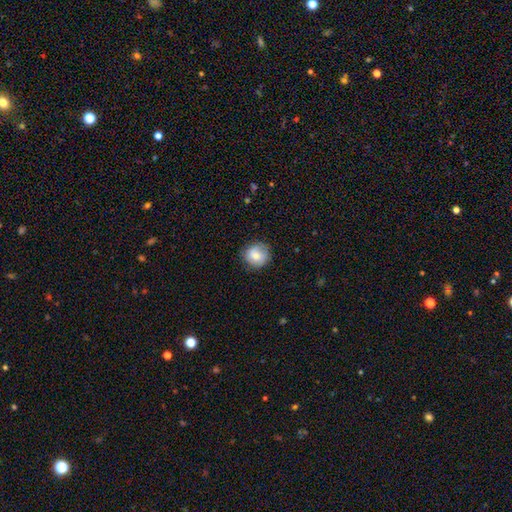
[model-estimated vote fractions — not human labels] Morphology: type=smooth (74%); roundness=round (90%); merging=none (80%).